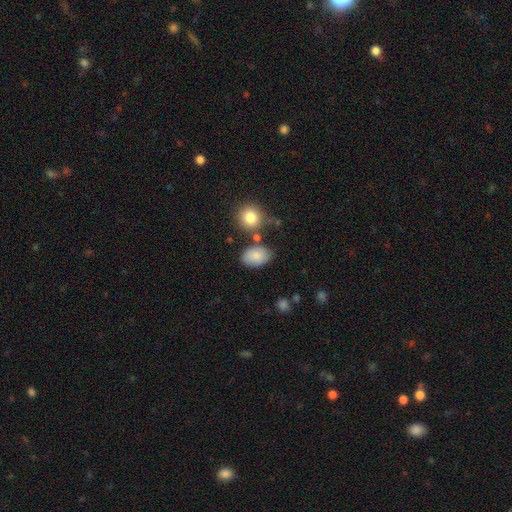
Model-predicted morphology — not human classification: Overall: smooth (83%). How rounded: in between (83%). Merging: none (71%).